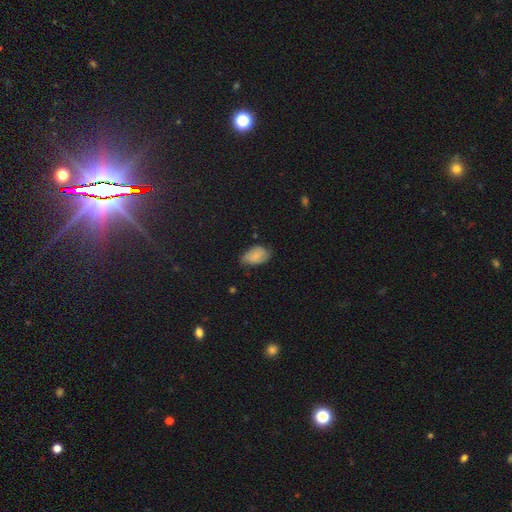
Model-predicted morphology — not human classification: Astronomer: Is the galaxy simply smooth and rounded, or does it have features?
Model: smooth — 72%.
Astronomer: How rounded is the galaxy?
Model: in between — 92%.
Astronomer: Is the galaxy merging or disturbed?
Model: none — 55% (runner-up: minor disturbance, 36%).